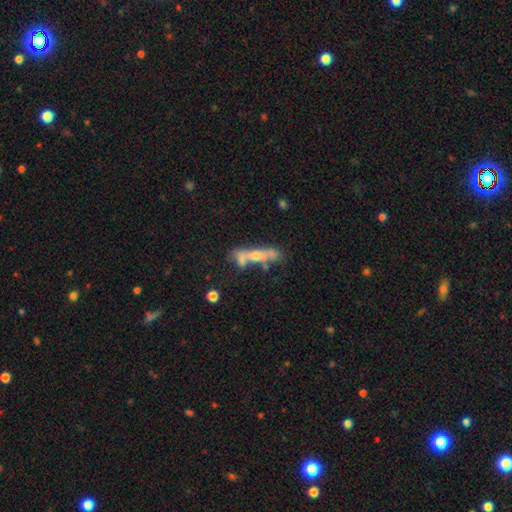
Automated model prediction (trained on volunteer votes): Morphology: type=featured or disk (45%); merging=none (42%).